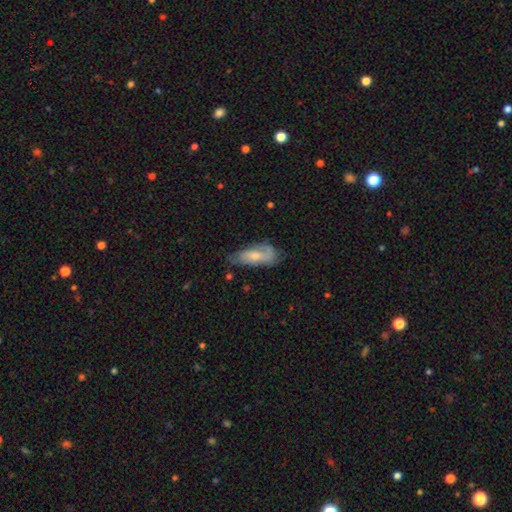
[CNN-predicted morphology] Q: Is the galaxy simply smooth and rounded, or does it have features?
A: smooth — 49%.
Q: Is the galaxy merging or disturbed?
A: none — 54%.